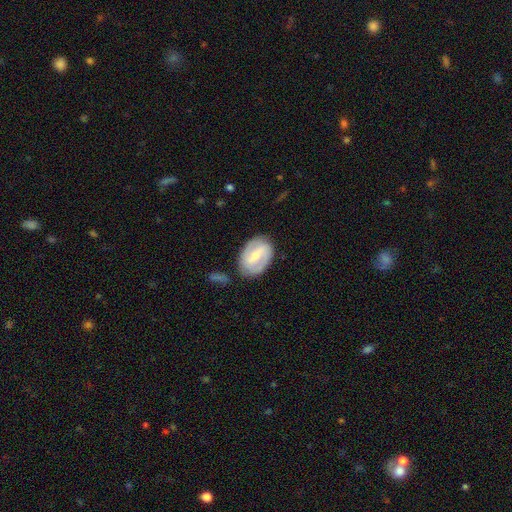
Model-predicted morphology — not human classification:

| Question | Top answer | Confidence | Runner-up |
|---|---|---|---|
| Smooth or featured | featured or disk | 68% | smooth (26%) |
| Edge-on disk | no | 96% | yes (4%) |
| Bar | weak | 44% | strong (41%) |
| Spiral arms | yes | 79% | no (21%) |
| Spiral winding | medium | 43% | tight (32%) |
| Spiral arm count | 2 | 84% | can't tell (10%) |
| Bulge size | small | 52% | moderate (42%) |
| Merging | none | 77% | minor disturbance (15%) |